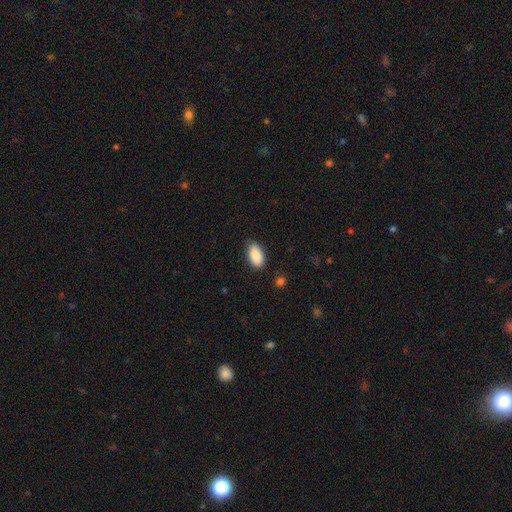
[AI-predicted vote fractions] Smooth or featured: smooth — 90% (star or artifact — 6%)
How rounded: in between — 94% (cigar-shaped — 4%)
Merging: none — 84% (minor disturbance — 13%)